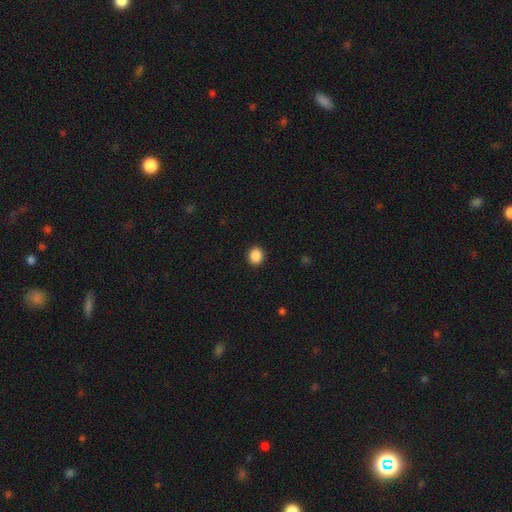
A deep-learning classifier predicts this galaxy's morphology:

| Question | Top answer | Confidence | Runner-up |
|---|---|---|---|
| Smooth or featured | smooth | 88% | star or artifact (9%) |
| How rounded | round | 77% | in between (22%) |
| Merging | none | 92% | minor disturbance (5%) |